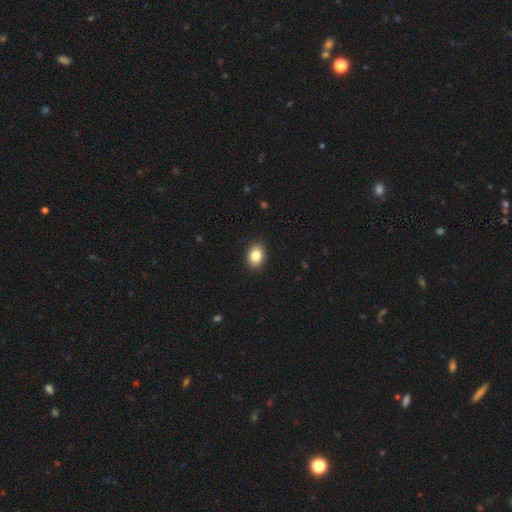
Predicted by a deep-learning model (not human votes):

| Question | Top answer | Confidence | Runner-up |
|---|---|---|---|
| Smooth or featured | smooth | 85% | star or artifact (8%) |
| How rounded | in between | 71% | round (28%) |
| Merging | none | 90% | minor disturbance (7%) |